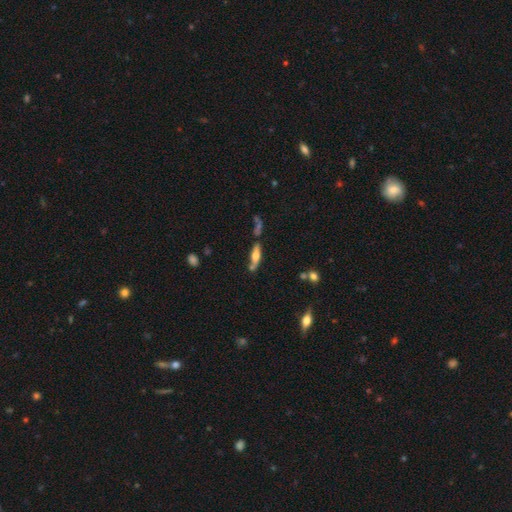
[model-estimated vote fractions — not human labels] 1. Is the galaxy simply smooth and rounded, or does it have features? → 50% featured or disk, 43% smooth, 7% star or artifact.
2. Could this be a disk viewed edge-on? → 84% yes, 16% no.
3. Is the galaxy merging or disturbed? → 65% none, 17% minor disturbance, 12% merger, 5% major disturbance.